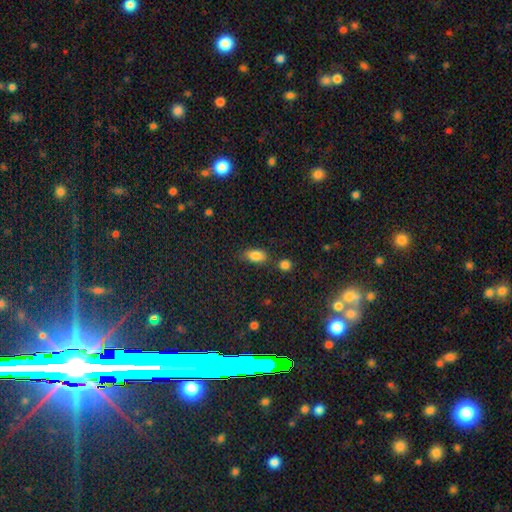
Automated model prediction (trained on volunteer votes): The model was most divided on "merging": none: 69%, minor disturbance: 17%, merger: 10%, major disturbance: 5%. More confident: how rounded — in between (88%); smooth or featured — smooth (84%).